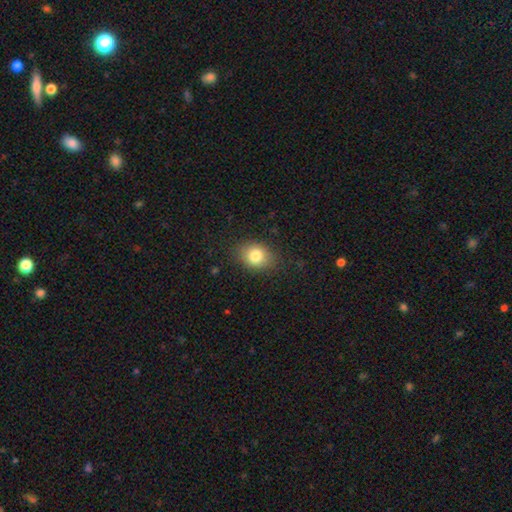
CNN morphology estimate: Smooth or featured?
  - smooth: 81% *
  - star or artifact: 10%
  - featured or disk: 9%
How rounded?
  - in between: 57% *
  - round: 41%
  - cigar-shaped: 1%
Merging?
  - none: 83% *
  - minor disturbance: 12%
  - major disturbance: 3%
  - merger: 1%